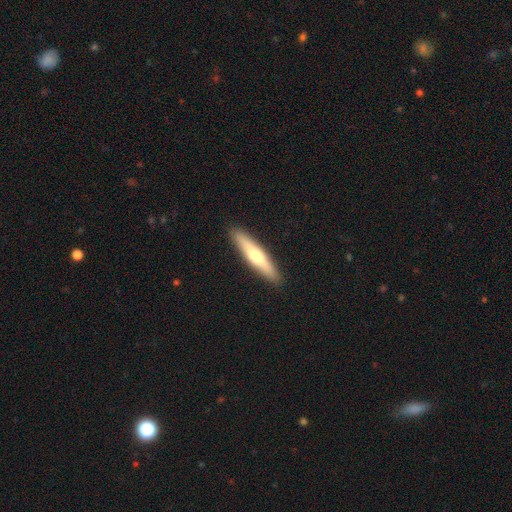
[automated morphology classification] Smooth or featured? Predicted: smooth (p=0.53). How rounded? Predicted: cigar-shaped (p=0.87). Merging? Predicted: none (p=0.91).